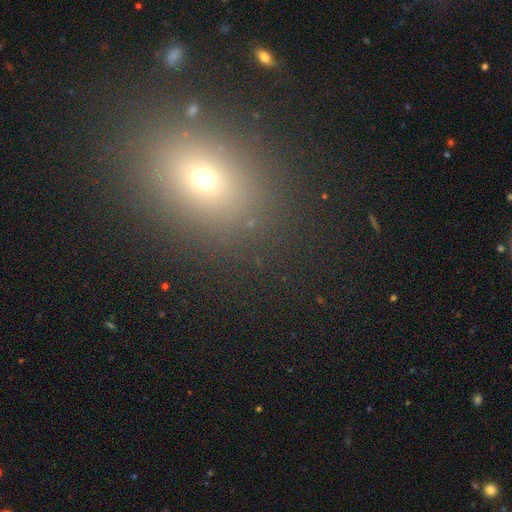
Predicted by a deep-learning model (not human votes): Morphology: type=smooth (58%); roundness=in between (49%); merging=none (84%).